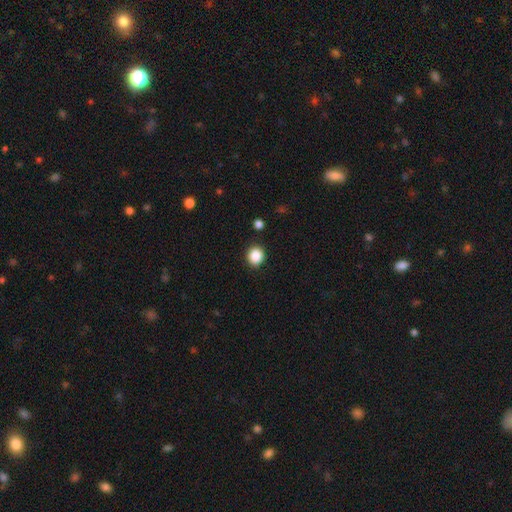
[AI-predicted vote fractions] Smooth or featured: smooth — 87% (star or artifact — 10%)
How rounded: round — 78% (in between — 21%)
Merging: none — 88% (minor disturbance — 7%)